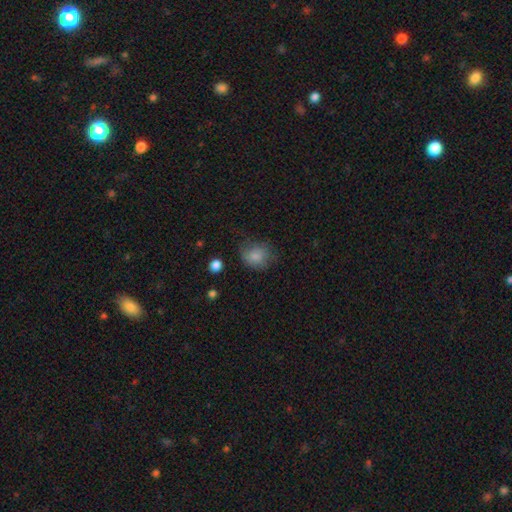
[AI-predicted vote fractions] The model was most divided on "merging": none: 60%, minor disturbance: 27%, major disturbance: 12%, merger: 2%. More confident: smooth or featured — smooth (82%); how rounded — round (68%).